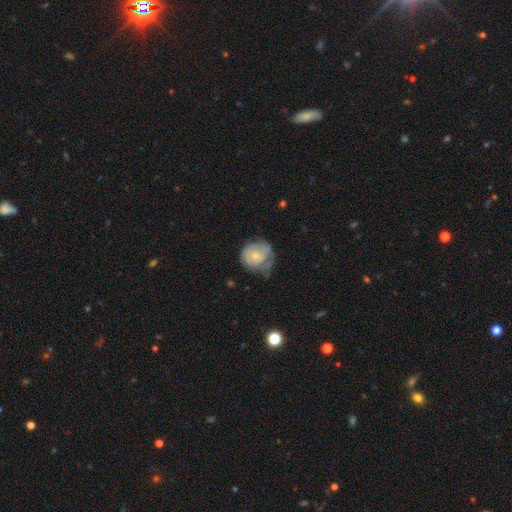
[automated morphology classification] This is possibly a featured or disk galaxy (56%). It is clearly not viewed edge-on (98%). Bar: clearly no (81%). Spiral arm pattern: likely yes (76%). Central bulge: likely small (63%). Merging: possibly none (47%).